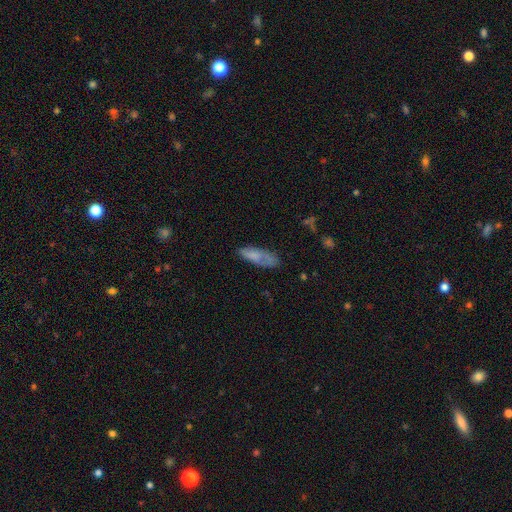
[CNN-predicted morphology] Smooth or featured? smooth (68%)
How rounded? in between (59%)
Merging? none (57%)